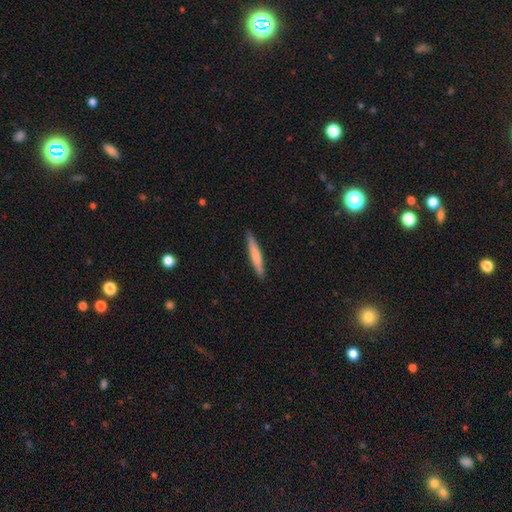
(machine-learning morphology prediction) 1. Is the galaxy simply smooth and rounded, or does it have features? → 66% smooth, 29% featured or disk, 5% star or artifact.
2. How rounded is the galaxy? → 95% cigar-shaped, 4% in between, 1% round.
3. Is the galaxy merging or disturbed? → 90% none, 7% minor disturbance, 1% major disturbance, 1% merger.